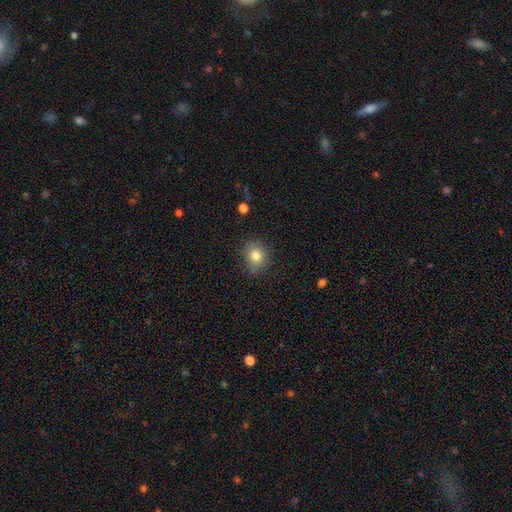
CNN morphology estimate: A smooth galaxy with no disk features (81%) that is round (71%).

Vote fractions:
- Smooth or featured? smooth: 81% / star or artifact: 11% / featured or disk: 8%
- How rounded? round: 71% / in between: 28% / cigar-shaped: 1%
- Merging? none: 80% / minor disturbance: 15% / major disturbance: 3% / merger: 2%